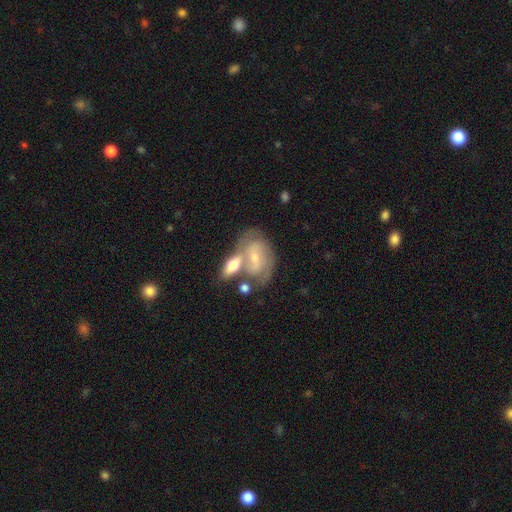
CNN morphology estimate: Smooth or featured?
  - featured or disk: 65% *
  - smooth: 27%
  - star or artifact: 8%
Edge-on disk?
  - no: 93% *
  - yes: 7%
Bar?
  - no: 42% *
  - weak: 40%
  - strong: 18%
Spiral arms?
  - yes: 80% *
  - no: 20%
Bulge size?
  - small: 62% *
  - moderate: 32%
  - none: 3%
  - large: 2%
  - dominant: 1%
Merging?
  - merger: 43% *
  - none: 37%
  - minor disturbance: 13%
  - major disturbance: 6%